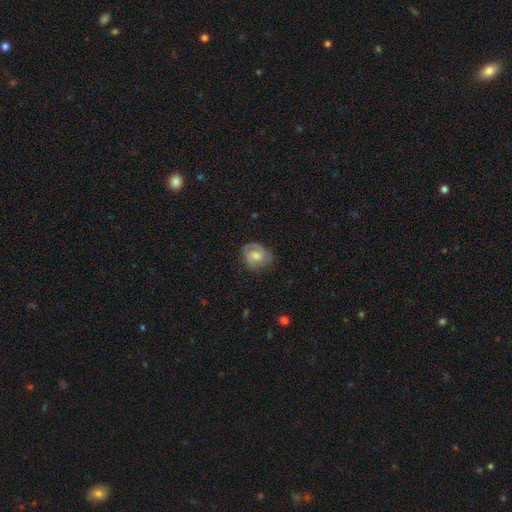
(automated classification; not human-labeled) Smooth or featured? Predicted: featured or disk (p=0.58). Edge-on disk? Predicted: no (p=0.97). Bar? Predicted: no (p=0.57). Spiral arms? Predicted: yes (p=0.86). Bulge size? Predicted: moderate (p=0.49). Merging? Predicted: none (p=0.71).